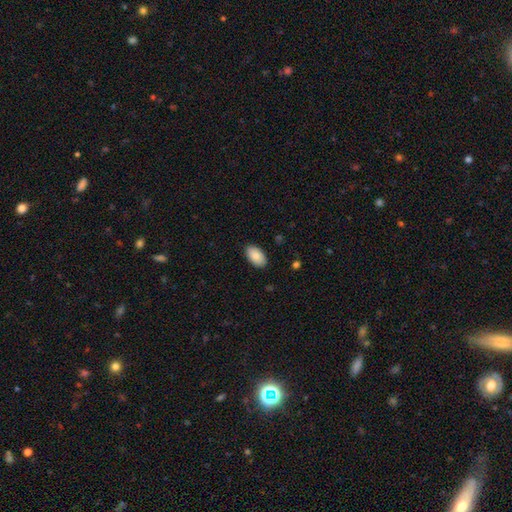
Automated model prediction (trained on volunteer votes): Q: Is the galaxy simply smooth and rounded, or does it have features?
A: smooth — 87%.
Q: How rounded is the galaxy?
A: in between — 95%.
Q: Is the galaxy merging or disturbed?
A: none — 88%.